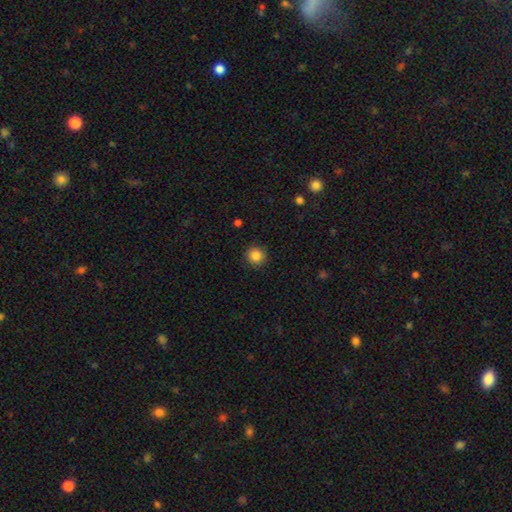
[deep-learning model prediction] The model was most divided on "smooth or featured": smooth: 86%, star or artifact: 10%, featured or disk: 4%. More confident: how rounded — round (94%); merging — none (91%).